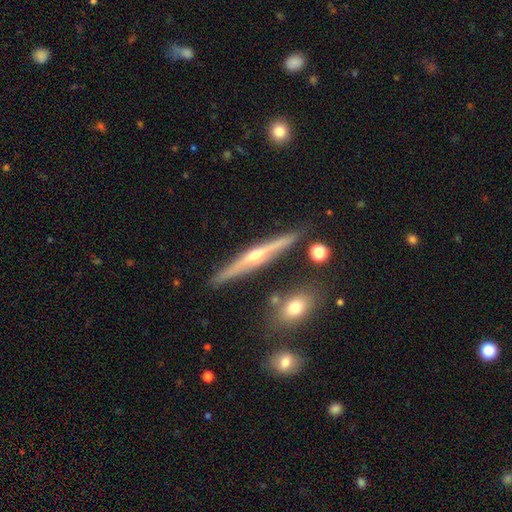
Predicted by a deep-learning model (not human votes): Q: Smooth or featured?
A: featured or disk (79%); runner-up: smooth (15%)
Q: Edge-on disk?
A: yes (97%); runner-up: no (3%)
Q: Edge-on bulge?
A: rounded (87%); runner-up: none (9%)
Q: Merging?
A: none (86%); runner-up: minor disturbance (9%)